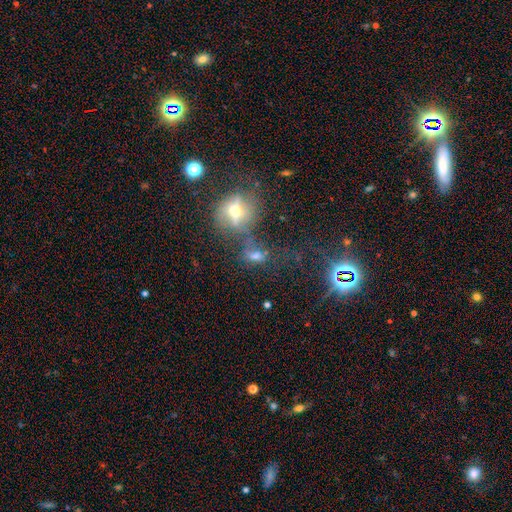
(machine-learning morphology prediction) A smooth galaxy with no disk features (43%). Merging: none (41%).